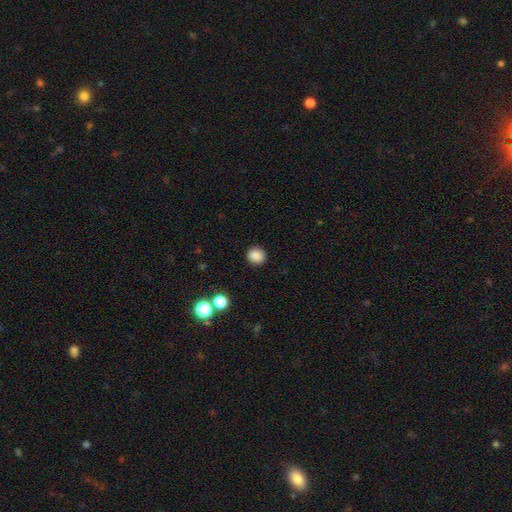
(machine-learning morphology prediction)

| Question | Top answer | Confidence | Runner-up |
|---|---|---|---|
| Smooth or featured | smooth | 86% | star or artifact (11%) |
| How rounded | round | 85% | in between (14%) |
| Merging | none | 90% | minor disturbance (7%) |